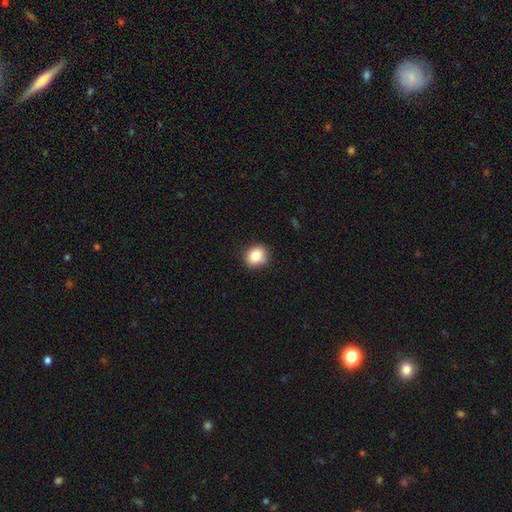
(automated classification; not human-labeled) Overall: smooth (83%). How rounded: round (62%; in between 37%). Merging: none (79%).